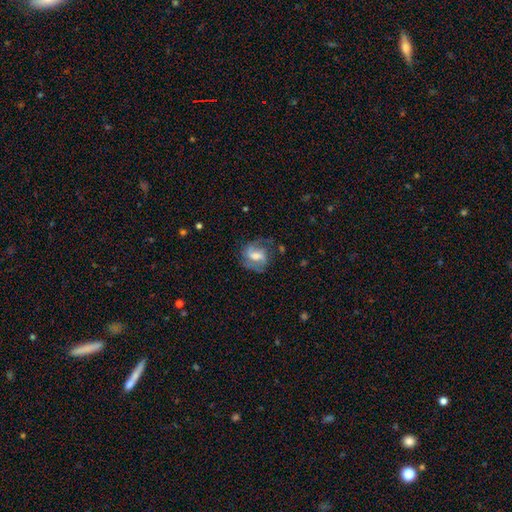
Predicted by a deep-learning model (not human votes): Morphology: type=featured or disk (72%); edge-on=no (97%); bar=weak (51%); spiral arms=yes (91%); winding=medium (47%); arm count=2 (77%); bulge=moderate (51%); merging=none (63%).